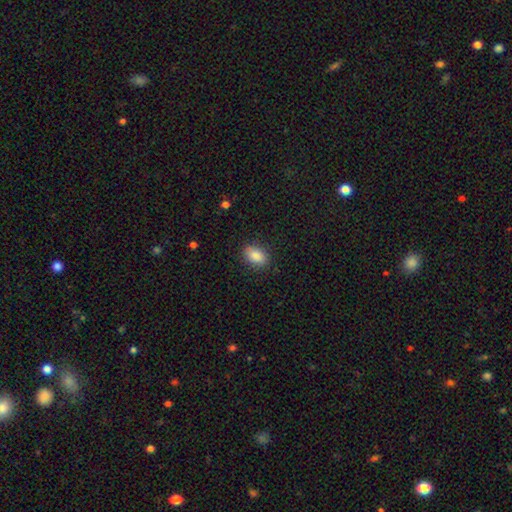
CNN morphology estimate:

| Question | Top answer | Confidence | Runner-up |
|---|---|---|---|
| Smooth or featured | smooth | 87% | star or artifact (8%) |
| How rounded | in between | 87% | round (11%) |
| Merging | none | 86% | minor disturbance (10%) |